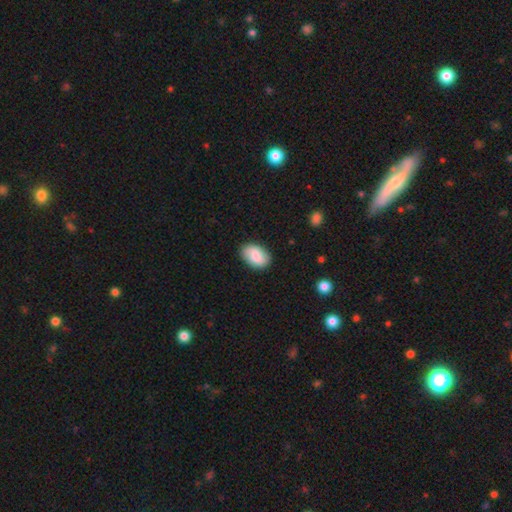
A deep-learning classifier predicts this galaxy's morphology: Overall: smooth (79%). How rounded: in between (88%). Merging: none (84%).